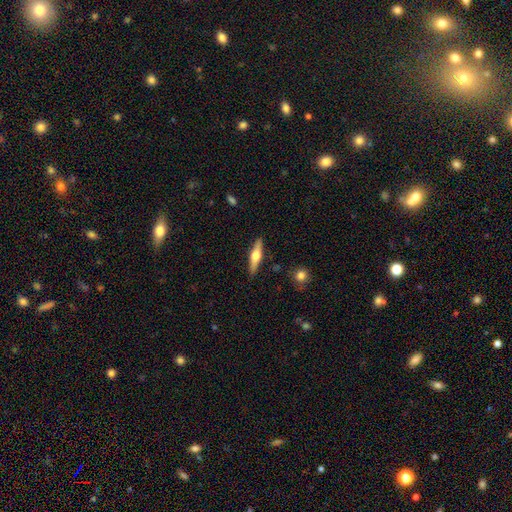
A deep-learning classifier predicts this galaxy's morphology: Smooth or featured?
  - featured or disk: 56% *
  - smooth: 38%
  - star or artifact: 5%
Edge-on disk?
  - yes: 96% *
  - no: 4%
Edge-on bulge?
  - rounded: 93% *
  - boxy: 4%
  - none: 2%
Merging?
  - none: 89% *
  - minor disturbance: 8%
  - major disturbance: 2%
  - merger: 2%